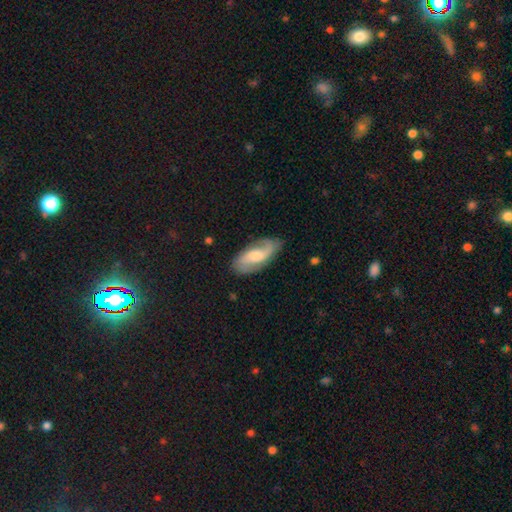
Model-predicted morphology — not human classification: Q: Smooth or featured?
A: featured or disk (69%); runner-up: smooth (26%)
Q: Edge-on disk?
A: no (93%); runner-up: yes (7%)
Q: Bar?
A: weak (46%); runner-up: no (41%)
Q: Spiral arms?
A: yes (92%); runner-up: no (8%)
Q: Spiral winding?
A: medium (43%); runner-up: loose (40%)
Q: Spiral arm count?
A: 2 (85%); runner-up: can't tell (7%)
Q: Bulge size?
A: moderate (51%); runner-up: small (29%)
Q: Merging?
A: none (78%); runner-up: minor disturbance (16%)